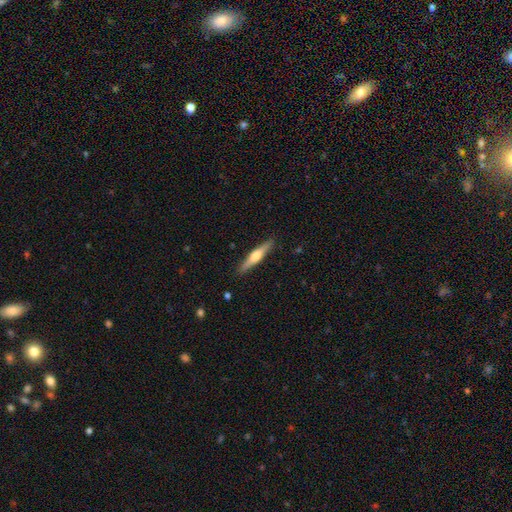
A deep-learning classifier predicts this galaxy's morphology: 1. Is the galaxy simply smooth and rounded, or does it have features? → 53% featured or disk, 41% smooth, 5% star or artifact.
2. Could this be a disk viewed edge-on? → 96% yes, 4% no.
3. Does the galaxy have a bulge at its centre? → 87% rounded, 7% boxy, 6% none.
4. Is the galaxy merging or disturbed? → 90% none, 8% minor disturbance, 2% major disturbance, 1% merger.